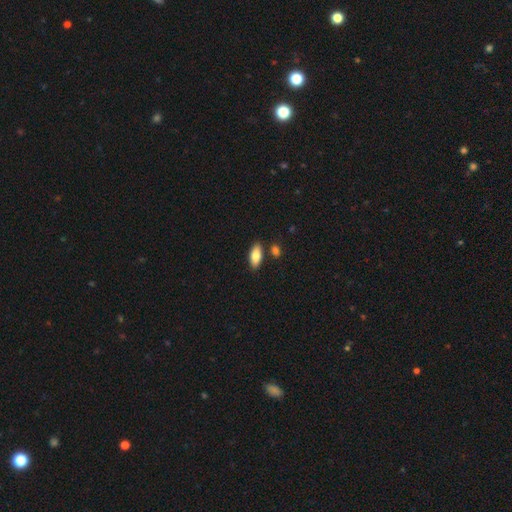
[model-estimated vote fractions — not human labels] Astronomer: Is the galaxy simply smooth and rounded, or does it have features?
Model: smooth — 82%.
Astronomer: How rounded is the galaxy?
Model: in between — 87%.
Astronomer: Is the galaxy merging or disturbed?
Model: none — 82%.